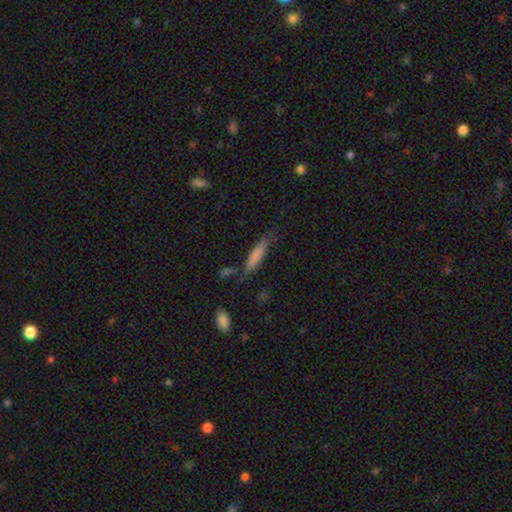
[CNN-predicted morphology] Smooth or featured: smooth — 71% (featured or disk — 22%)
How rounded: cigar-shaped — 83% (in between — 16%)
Merging: none — 68% (minor disturbance — 20%)